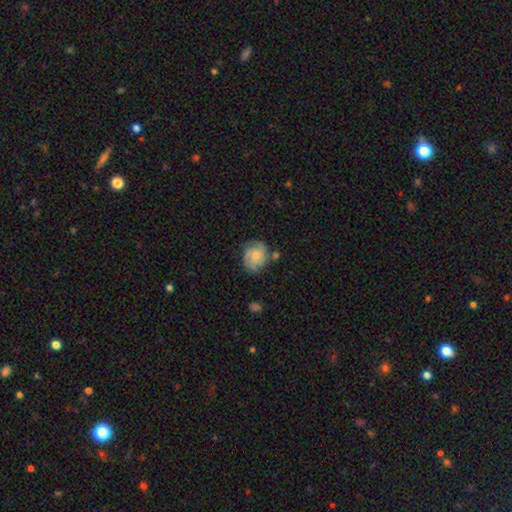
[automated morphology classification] smooth-or-featured: featured or disk: 48% | smooth: 44% | star or artifact: 8%
  merging: none: 63% | minor disturbance: 23% | major disturbance: 8% | merger: 6%